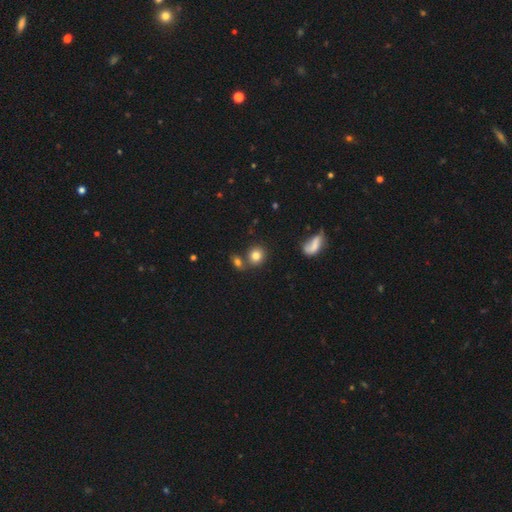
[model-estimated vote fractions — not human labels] Morphology: type=smooth (80%); roundness=round (77%); merging=none (62%).